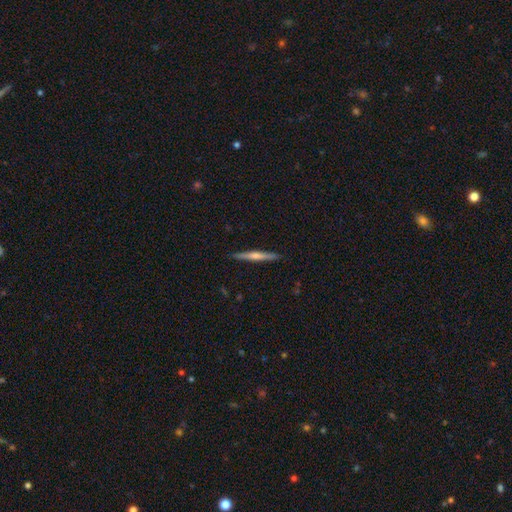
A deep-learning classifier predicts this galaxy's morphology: The model was most divided on "smooth or featured": featured or disk: 66%, smooth: 28%, star or artifact: 6%. More confident: edge-on disk — yes (98%); merging — none (92%); edge-on bulge — rounded (74%).